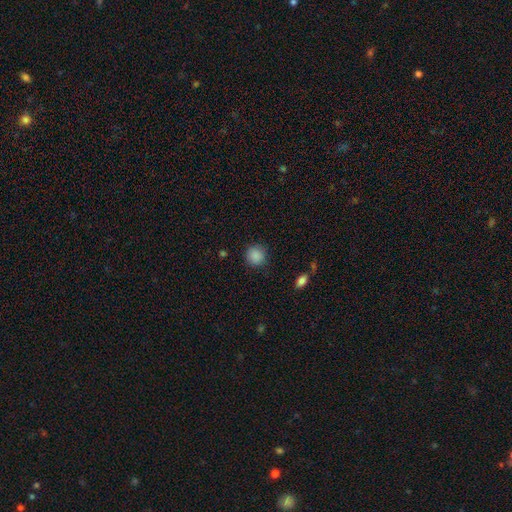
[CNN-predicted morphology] Smooth or featured: smooth — 88% (star or artifact — 9%)
How rounded: round — 91% (in between — 8%)
Merging: none — 88% (minor disturbance — 8%)